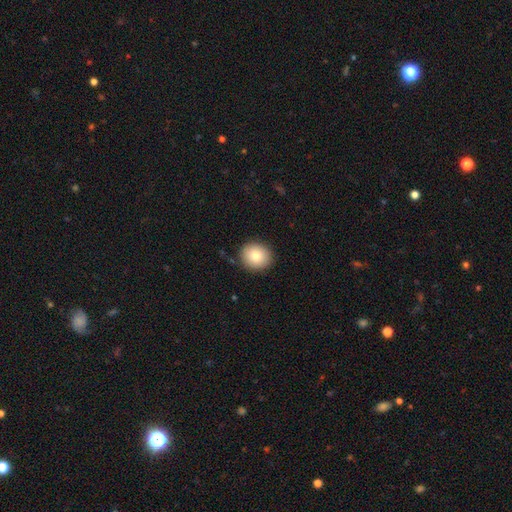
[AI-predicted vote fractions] smooth 79%, featured or disk 11%, star or artifact 9%. Down the decision tree: how rounded — round (83%); merging — none (87%).